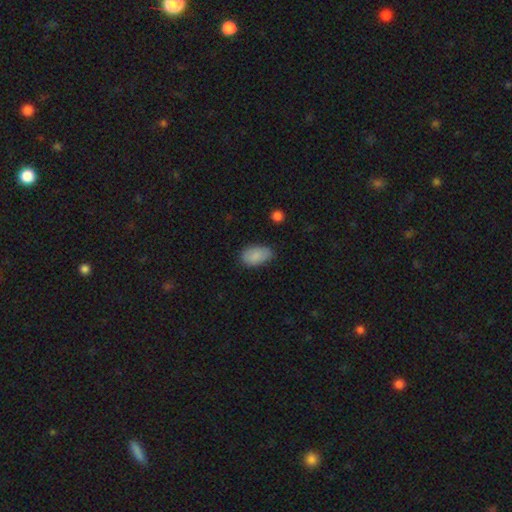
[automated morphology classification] Q: Smooth or featured?
A: smooth (86%); runner-up: star or artifact (7%)
Q: How rounded?
A: in between (92%); runner-up: round (6%)
Q: Merging?
A: none (67%); runner-up: minor disturbance (27%)